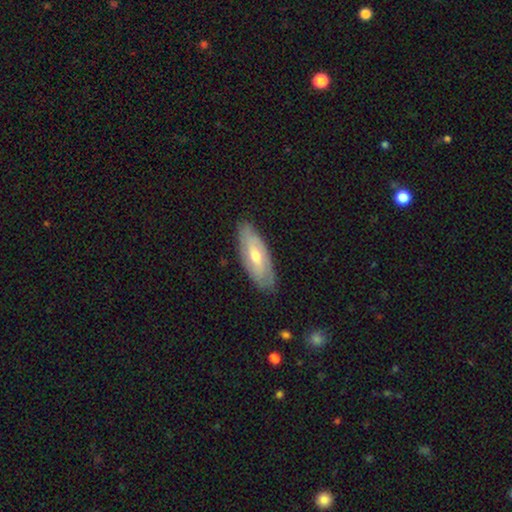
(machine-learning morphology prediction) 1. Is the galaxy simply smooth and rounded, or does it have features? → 56% featured or disk, 38% smooth, 6% star or artifact.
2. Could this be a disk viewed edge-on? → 79% no, 21% yes.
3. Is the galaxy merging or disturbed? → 82% none, 14% minor disturbance, 3% major disturbance, 1% merger.